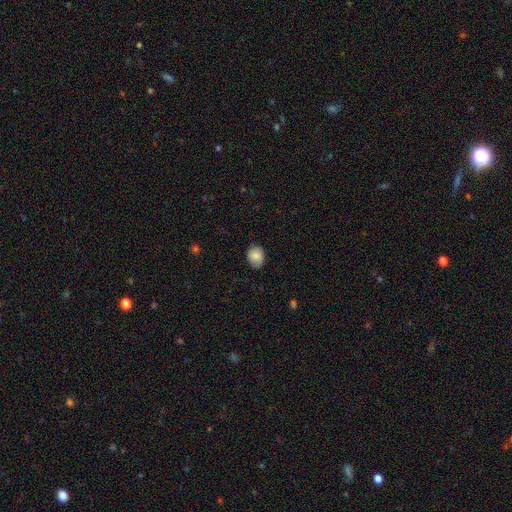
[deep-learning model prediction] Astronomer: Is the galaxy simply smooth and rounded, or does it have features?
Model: smooth — 83%.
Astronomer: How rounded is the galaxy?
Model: round — 55% (runner-up: in between, 44%).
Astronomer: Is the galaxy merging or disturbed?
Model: none — 81%.